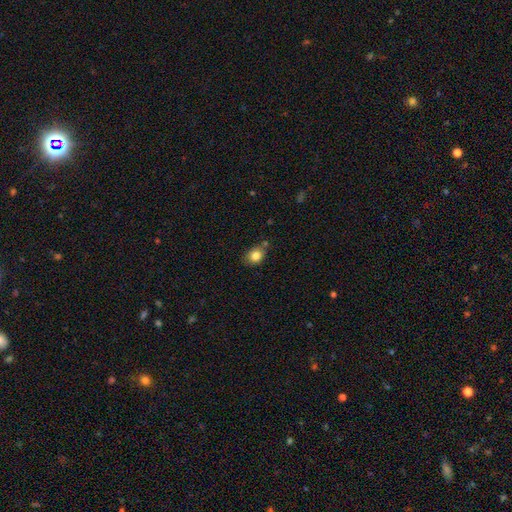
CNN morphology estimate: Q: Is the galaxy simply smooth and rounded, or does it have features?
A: smooth — 83%.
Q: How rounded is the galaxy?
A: round — 51%.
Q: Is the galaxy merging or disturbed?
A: none — 69%.